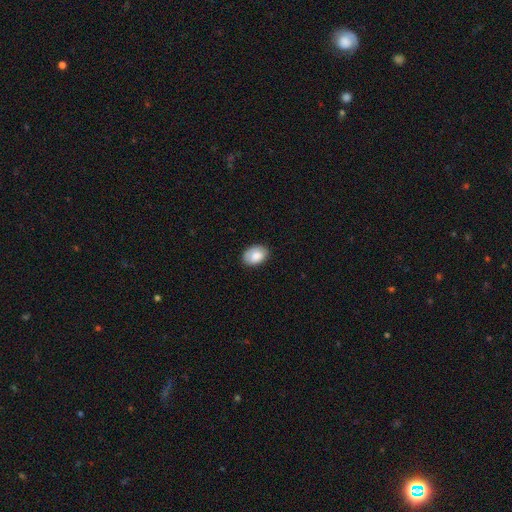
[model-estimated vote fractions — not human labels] Smooth or featured? smooth (85%)
How rounded? in between (82%)
Merging? none (81%)